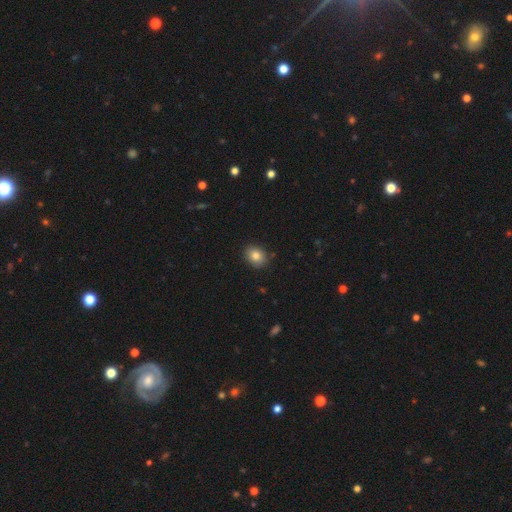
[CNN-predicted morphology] smooth_or_featured: smooth (p=0.84) [alt: star or artifact p=0.09]
how_rounded: in between (p=0.56) [alt: round p=0.43]
merging: none (p=0.88) [alt: minor disturbance p=0.09]